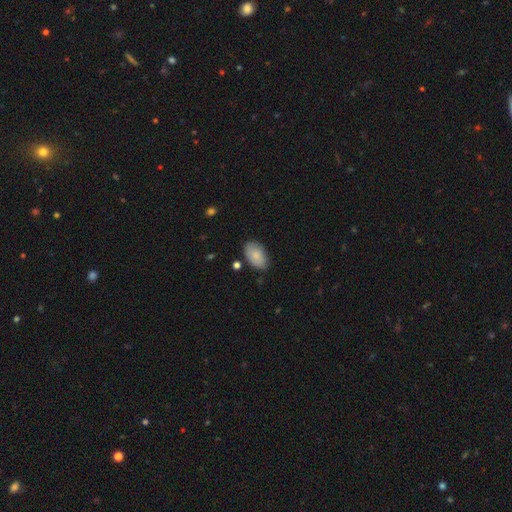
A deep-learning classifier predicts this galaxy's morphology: This appears to be a smooth galaxy with no disk features (81%) that is in between round and cigar-shaped (93%). Merging: none (76%).